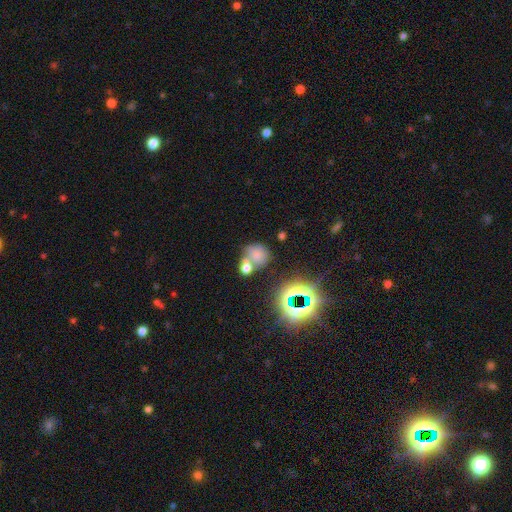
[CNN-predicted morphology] smooth-or-featured: smooth: 62% | star or artifact: 23% | featured or disk: 15%
  how-rounded: round: 65% | in between: 33% | cigar-shaped: 2%
  merging: merger: 47% | none: 33% | minor disturbance: 12% | major disturbance: 8%